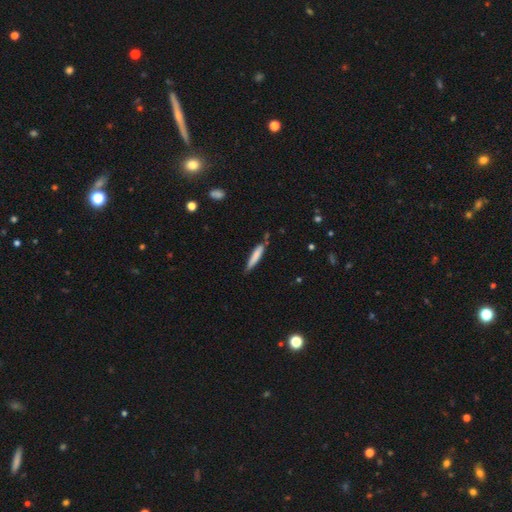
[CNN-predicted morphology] type=smooth (77%); roundness=cigar-shaped (89%); merging=none (71%).